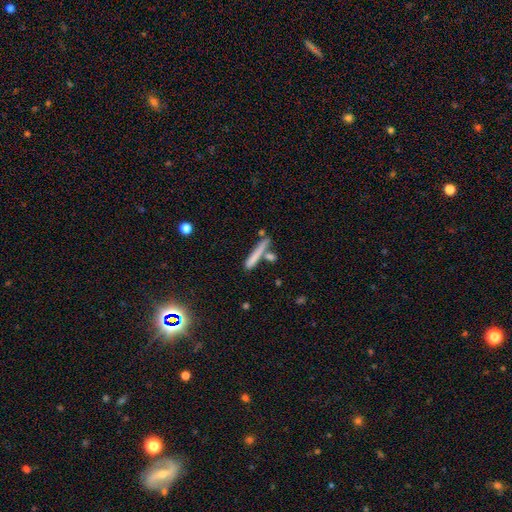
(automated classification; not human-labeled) Smooth or featured?
  - smooth: 70% *
  - featured or disk: 22%
  - star or artifact: 8%
How rounded?
  - cigar-shaped: 92% *
  - in between: 5%
  - round: 2%
Merging?
  - none: 66% *
  - merger: 16%
  - minor disturbance: 13%
  - major disturbance: 4%